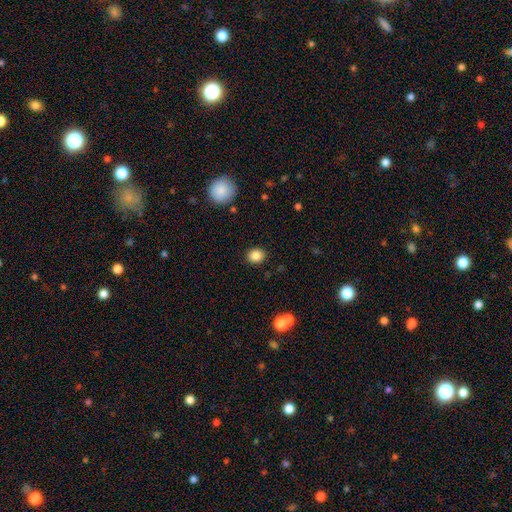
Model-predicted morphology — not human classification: Overall: smooth (85%). How rounded: round (66%; in between 33%). Merging: none (89%).